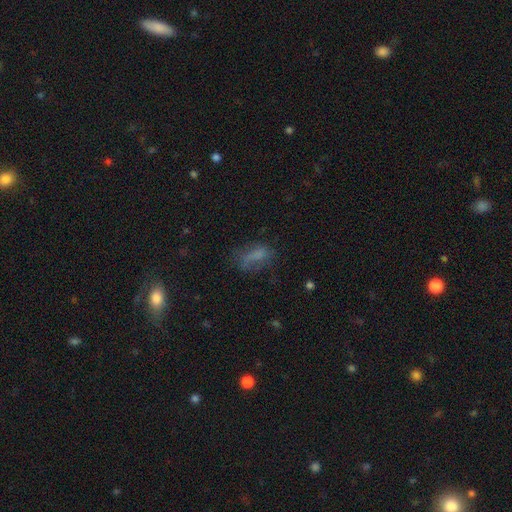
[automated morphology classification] smooth_or_featured: smooth (p=0.63) [alt: featured or disk p=0.20]
how_rounded: in between (p=0.72) [alt: cigar-shaped p=0.21]
merging: none (p=0.43) [alt: major disturbance p=0.27]